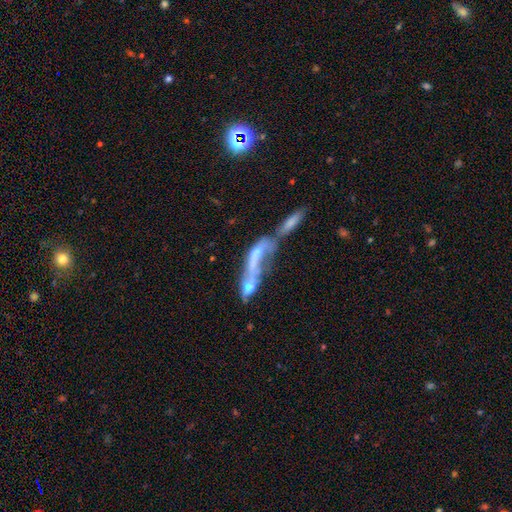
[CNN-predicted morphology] This appears to be a featured or disk galaxy (47%). Merging: merger (69%).